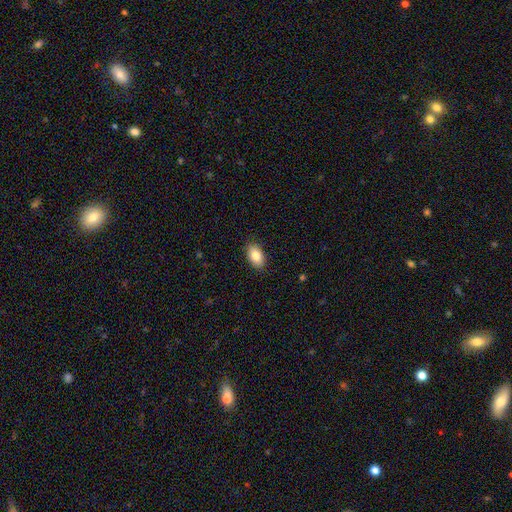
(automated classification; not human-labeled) A smooth galaxy with no disk features (84%) that is in between round and cigar-shaped (92%).

Vote fractions:
- Smooth or featured? smooth: 84% / featured or disk: 9% / star or artifact: 7%
- How rounded? in between: 92% / round: 6% / cigar-shaped: 2%
- Merging? none: 88% / minor disturbance: 9% / major disturbance: 2% / merger: 1%